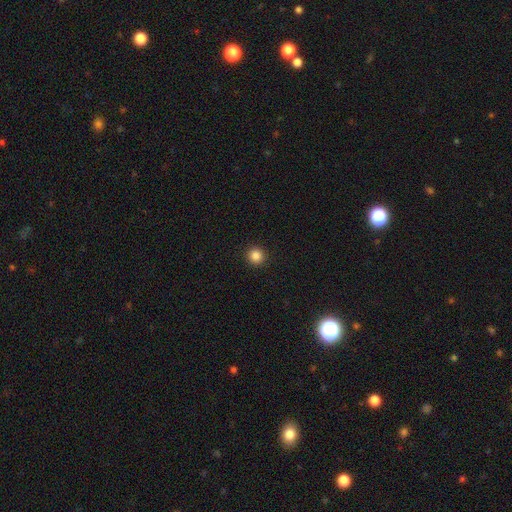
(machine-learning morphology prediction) smooth 86%, star or artifact 11%, featured or disk 3%. Down the decision tree: how rounded — round (95%); merging — none (93%).